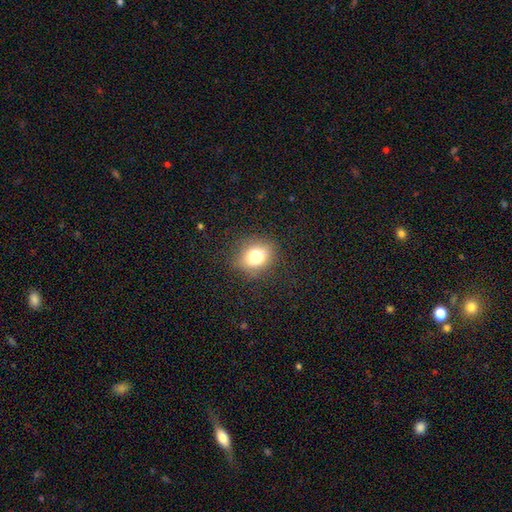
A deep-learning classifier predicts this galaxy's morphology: A smooth galaxy with no disk features (76%) that is round (57%).

Vote fractions:
- Smooth or featured? smooth: 76% / star or artifact: 13% / featured or disk: 11%
- How rounded? round: 57% / in between: 42% / cigar-shaped: 1%
- Merging? none: 83% / minor disturbance: 12% / major disturbance: 4% / merger: 1%